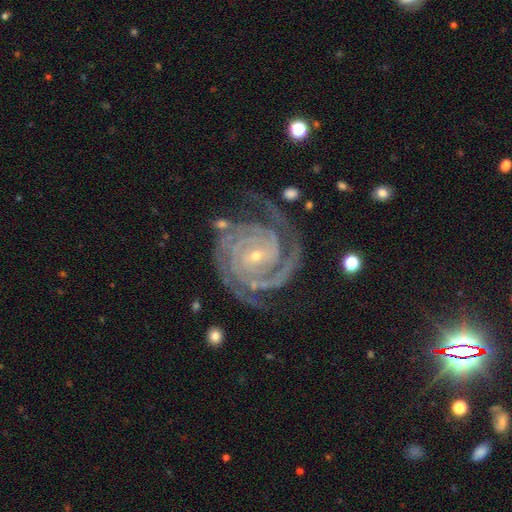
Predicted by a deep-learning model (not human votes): A featured or disk galaxy (93%) with no bar (57%), 2 (43%) tight (83%) spiral arms (99%) and a small central bulge (80%). Merging: none (72%).